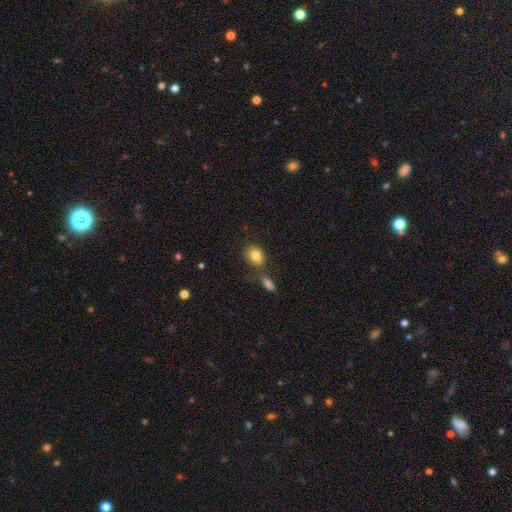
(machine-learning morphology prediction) This appears to be a smooth galaxy with no disk features (81%) that is in between round and cigar-shaped (52%). Merging: none (60%).